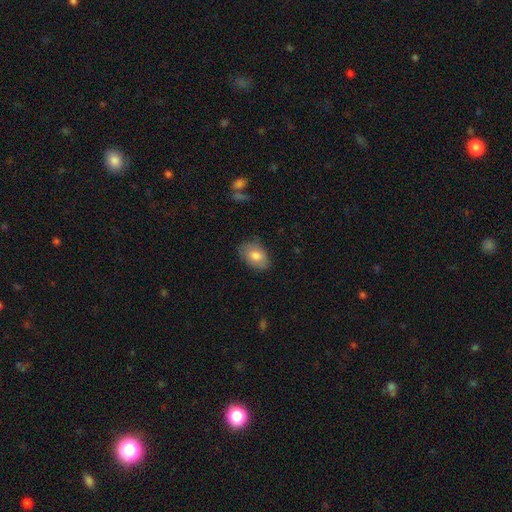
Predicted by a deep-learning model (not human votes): Q: Smooth or featured?
A: smooth (77%); runner-up: featured or disk (16%)
Q: How rounded?
A: in between (86%); runner-up: round (13%)
Q: Merging?
A: none (77%); runner-up: minor disturbance (18%)